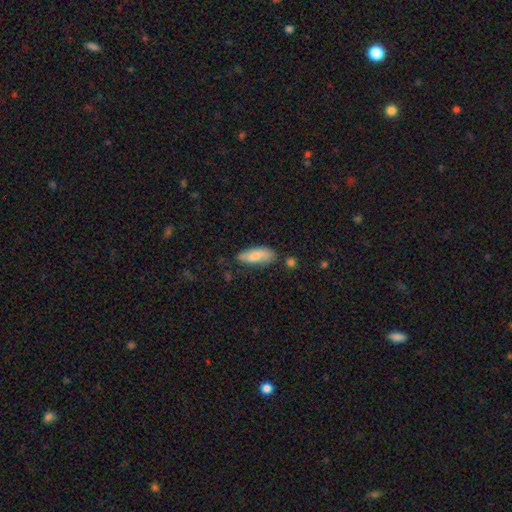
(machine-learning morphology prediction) A smooth galaxy with no disk features (75%) that is in between round and cigar-shaped (74%). Merging: none (71%).